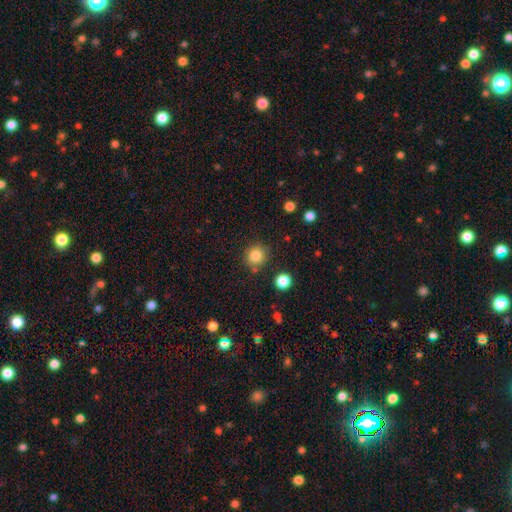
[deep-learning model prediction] smooth 84%, star or artifact 11%, featured or disk 5%. Down the decision tree: how rounded — round (91%); merging — none (83%).